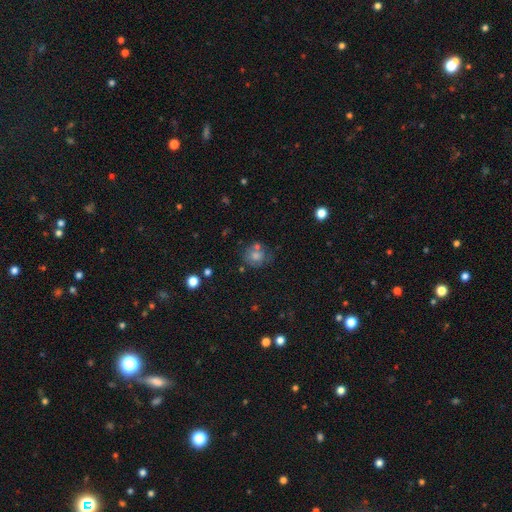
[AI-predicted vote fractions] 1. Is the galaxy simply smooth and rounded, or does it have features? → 63% smooth, 20% featured or disk, 18% star or artifact.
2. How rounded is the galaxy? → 81% round, 18% in between, 1% cigar-shaped.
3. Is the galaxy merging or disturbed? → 64% none, 16% minor disturbance, 14% merger, 6% major disturbance.